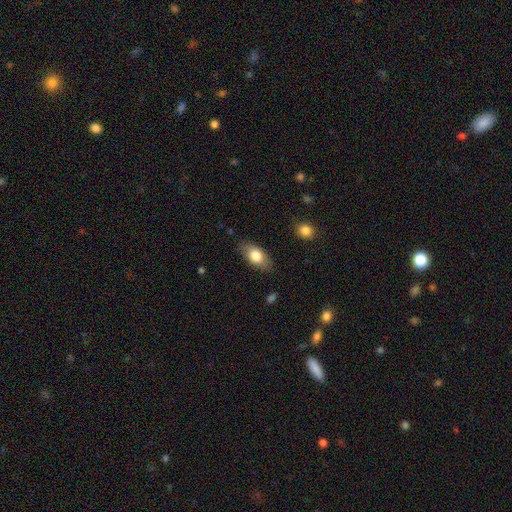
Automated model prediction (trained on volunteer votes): smooth-or-featured: smooth: 78% | featured or disk: 16% | star or artifact: 6%
  how-rounded: in between: 89% | cigar-shaped: 6% | round: 5%
  merging: none: 83% | minor disturbance: 12% | major disturbance: 3% | merger: 1%